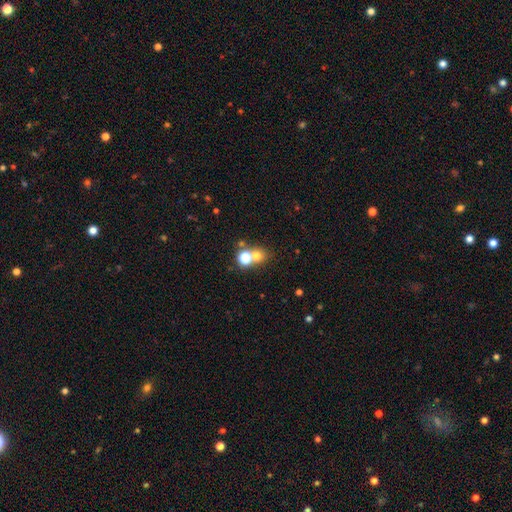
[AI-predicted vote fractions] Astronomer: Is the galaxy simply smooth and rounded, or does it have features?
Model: smooth — 67%.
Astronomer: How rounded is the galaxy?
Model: round — 78%.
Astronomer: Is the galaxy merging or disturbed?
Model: none — 52% (runner-up: merger, 37%).